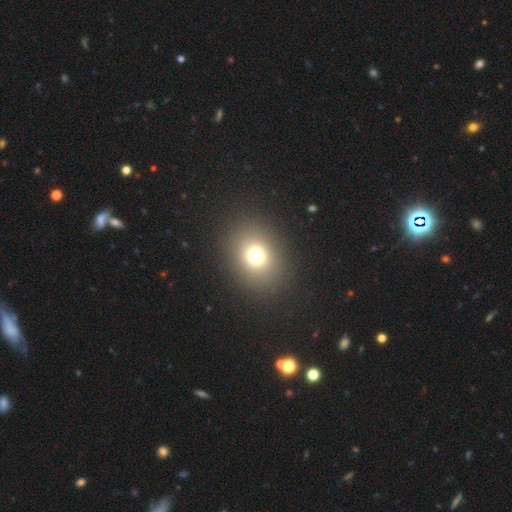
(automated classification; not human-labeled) Smooth or featured?
  - smooth: 72% *
  - star or artifact: 17%
  - featured or disk: 11%
How rounded?
  - round: 54% *
  - in between: 45%
  - cigar-shaped: 1%
Merging?
  - none: 87% *
  - minor disturbance: 8%
  - major disturbance: 5%
  - merger: 1%